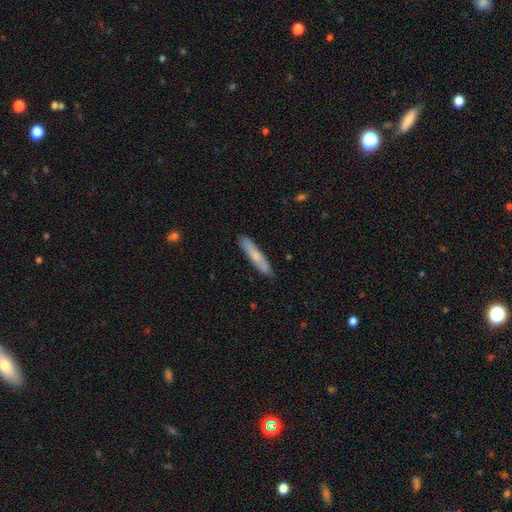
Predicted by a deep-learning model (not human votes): Smooth or featured: smooth — 62% (featured or disk — 32%)
How rounded: cigar-shaped — 90% (in between — 8%)
Merging: none — 87% (minor disturbance — 10%)